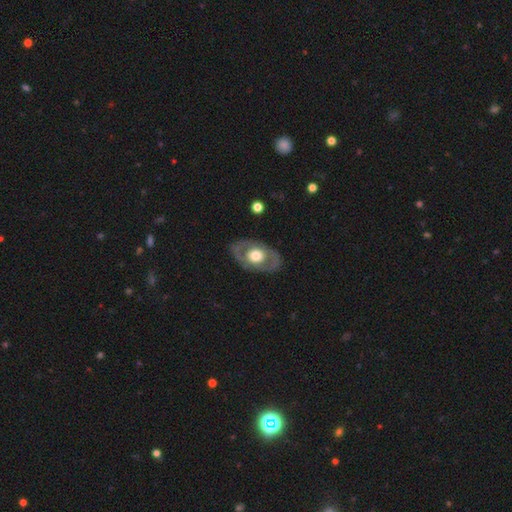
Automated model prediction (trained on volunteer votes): Smooth or featured: featured or disk — 58% (smooth — 37%)
Edge-on disk: no — 89% (yes — 11%)
Bar: no — 88% (weak — 10%)
Spiral arms: no — 82% (yes — 18%)
Bulge size: moderate — 48% (large — 45%)
Merging: none — 82% (minor disturbance — 11%)